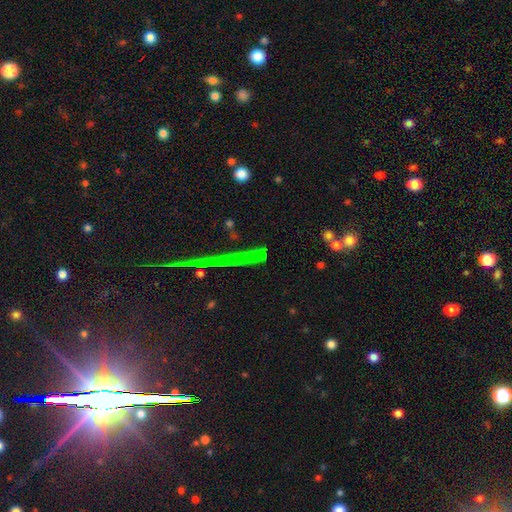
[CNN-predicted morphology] This is possibly a star or artifact rather than a galaxy (56%).